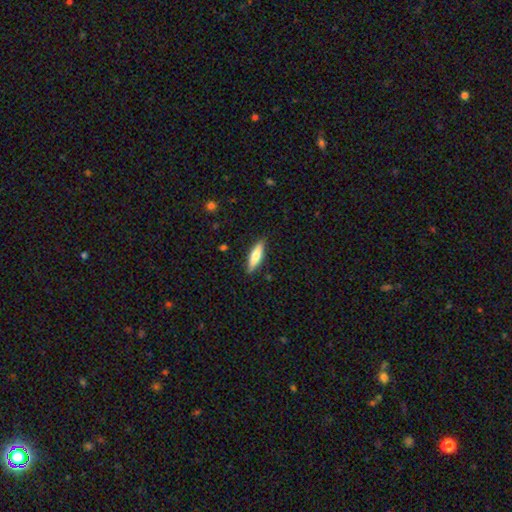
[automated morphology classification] Q: Smooth or featured?
A: smooth (65%); runner-up: featured or disk (29%)
Q: How rounded?
A: cigar-shaped (66%); runner-up: in between (33%)
Q: Merging?
A: none (88%); runner-up: minor disturbance (9%)